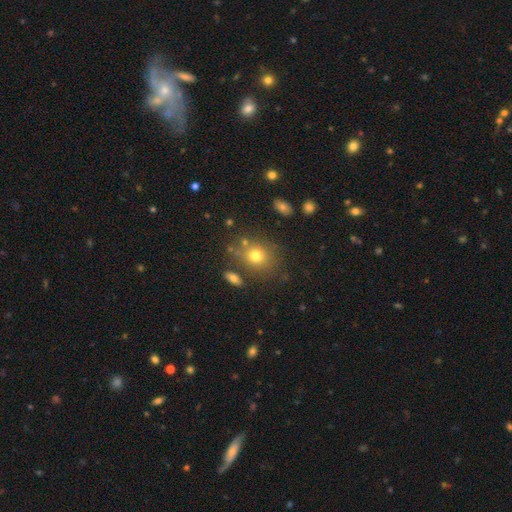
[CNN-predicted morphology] Overall: smooth (74%). How rounded: round (66%; in between 33%). Merging: none (73%).